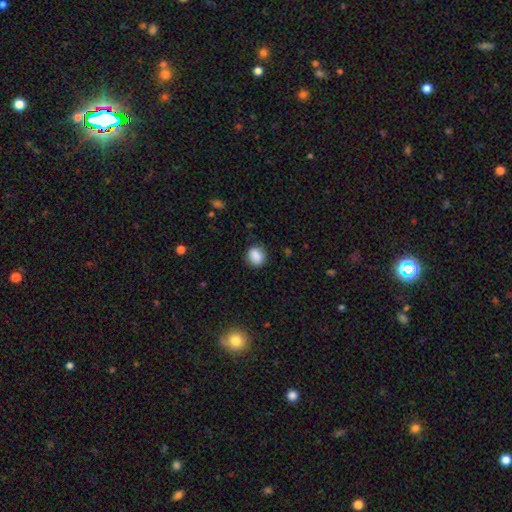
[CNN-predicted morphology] Smooth or featured: smooth — 88% (star or artifact — 8%)
How rounded: round — 70% (in between — 29%)
Merging: none — 85% (minor disturbance — 11%)